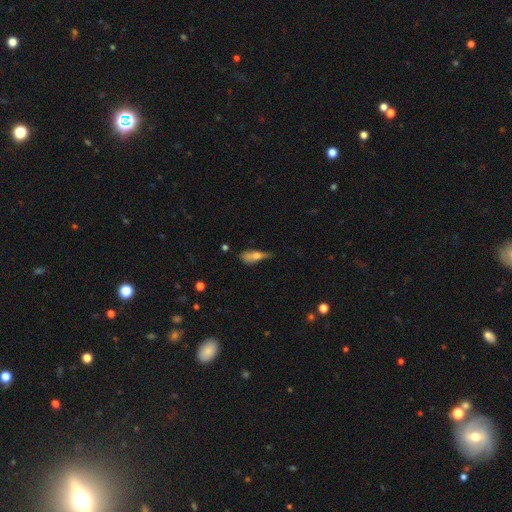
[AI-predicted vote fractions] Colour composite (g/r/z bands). It shows a smooth galaxy with no disk features (61%) that is cigar-shaped (53%). Merging: minor disturbance (37%).